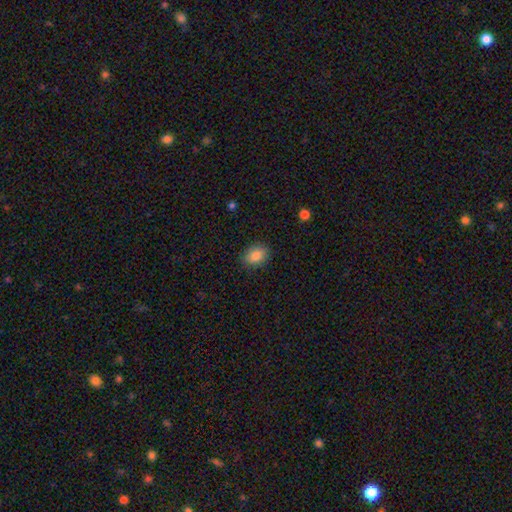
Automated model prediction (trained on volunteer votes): Smooth or featured? Predicted: smooth (p=0.86). How rounded? Predicted: in between (p=0.72). Merging? Predicted: none (p=0.88).